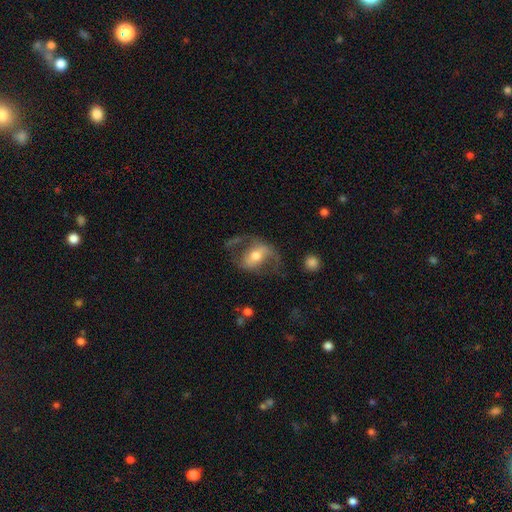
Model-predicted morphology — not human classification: A featured or disk galaxy (71%) with a strong bar (38%), 2 (85%) loose (51%) spiral arms (81%) and a moderate central bulge (66%). Merging: none (55%).